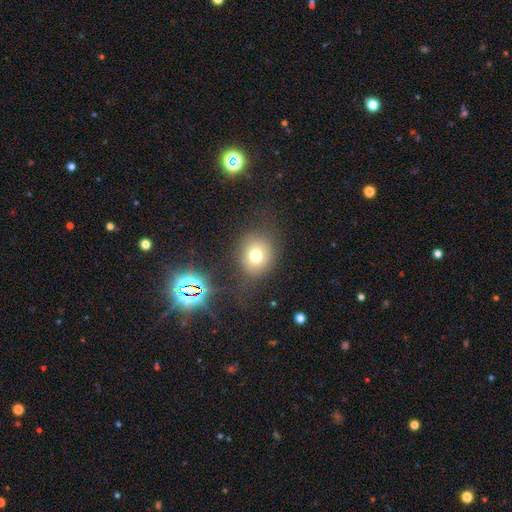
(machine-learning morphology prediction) Smooth or featured: smooth — 69% (star or artifact — 17%)
How rounded: round — 70% (in between — 29%)
Merging: none — 72% (minor disturbance — 15%)